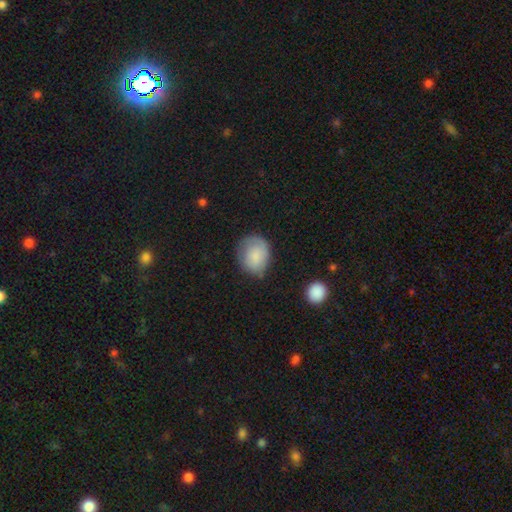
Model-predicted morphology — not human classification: Overall: smooth (76%). How rounded: round (57%; in between 42%). Merging: none (56%; minor disturbance 31%).